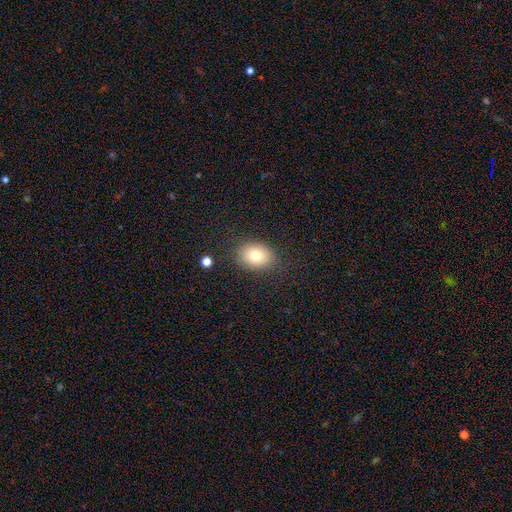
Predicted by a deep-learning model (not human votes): Q: Smooth or featured?
A: smooth (77%); runner-up: featured or disk (12%)
Q: How rounded?
A: in between (58%); runner-up: round (41%)
Q: Merging?
A: none (86%); runner-up: minor disturbance (9%)